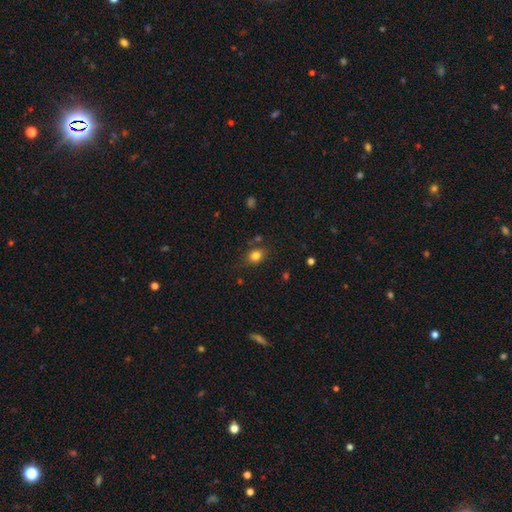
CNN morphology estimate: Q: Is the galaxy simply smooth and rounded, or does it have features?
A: smooth — 81%.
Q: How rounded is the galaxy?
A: in between — 53%.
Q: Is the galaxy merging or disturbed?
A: none — 75%.